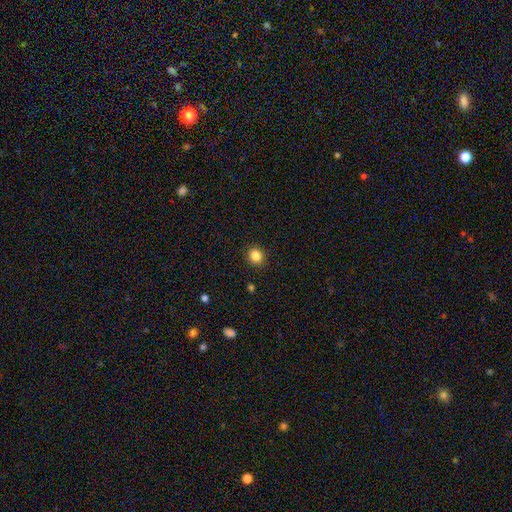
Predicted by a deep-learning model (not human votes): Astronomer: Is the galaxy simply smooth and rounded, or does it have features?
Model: smooth — 85%.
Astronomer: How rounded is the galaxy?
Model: round — 77%.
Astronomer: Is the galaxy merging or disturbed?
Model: none — 91%.